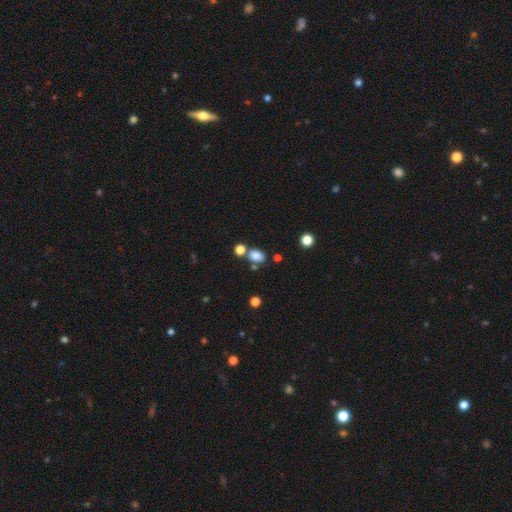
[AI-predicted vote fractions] Q: Smooth or featured?
A: smooth (81%); runner-up: star or artifact (12%)
Q: How rounded?
A: in between (79%); runner-up: round (19%)
Q: Merging?
A: none (62%); runner-up: merger (20%)